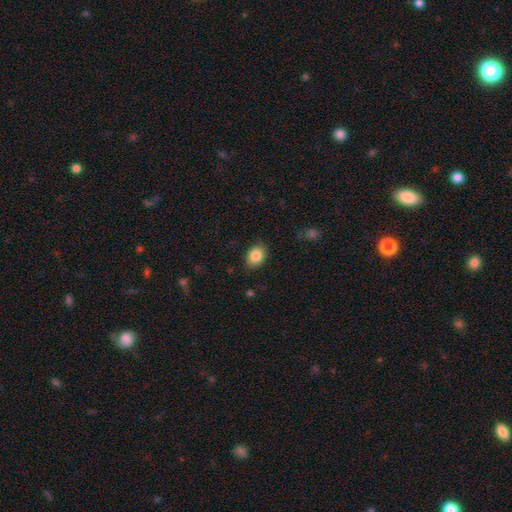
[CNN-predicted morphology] This is clearly a smooth galaxy (86%). How rounded: likely in between (70%). Merging: clearly none (86%).